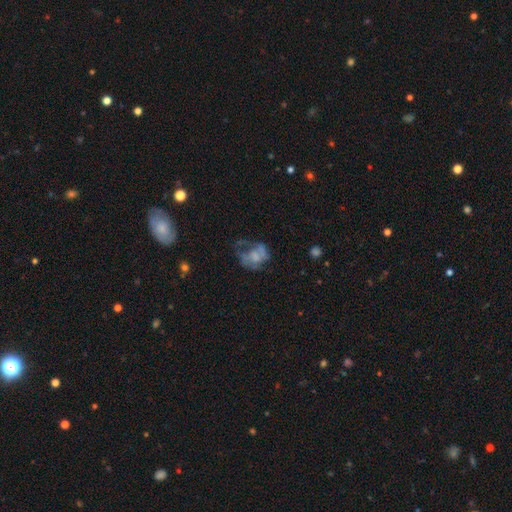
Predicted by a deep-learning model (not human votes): Overall: featured or disk (52%; smooth 37%). Edge-on disk: no (98%). Bar: no (77%). Spiral arms: no (60%; yes 40%). Bulge size: none (45%; moderate 22%). Merging: major disturbance (44%; none 30%).